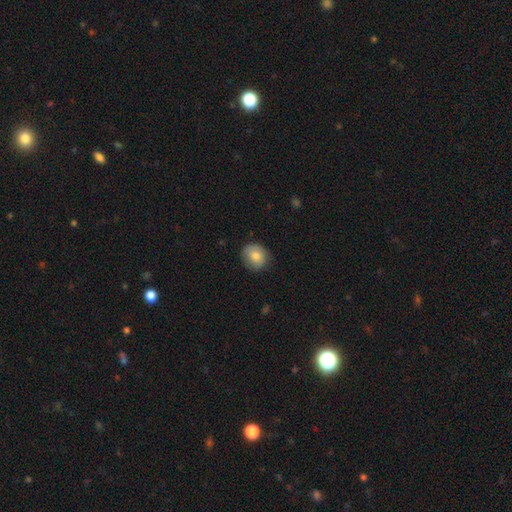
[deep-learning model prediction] A smooth galaxy with no disk features (80%) that is round (79%).

Vote fractions:
- Smooth or featured? smooth: 80% / featured or disk: 13% / star or artifact: 8%
- How rounded? round: 79% / in between: 20% / cigar-shaped: 1%
- Merging? none: 79% / minor disturbance: 16% / major disturbance: 3% / merger: 1%